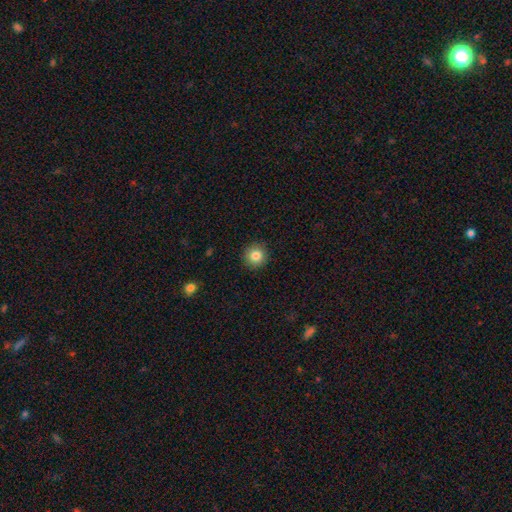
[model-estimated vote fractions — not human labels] This appears to be a smooth galaxy with no disk features (83%) that is round (94%). Merging: none (92%).